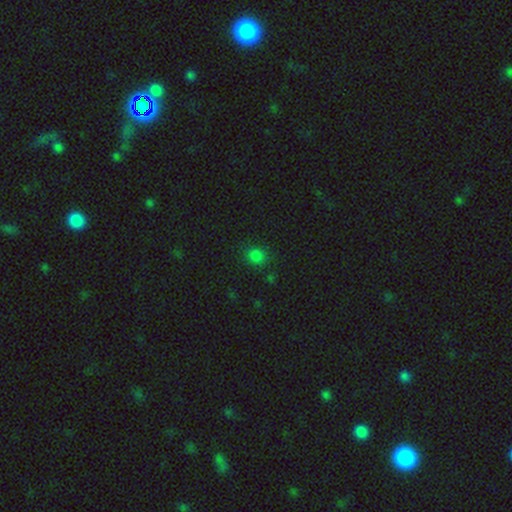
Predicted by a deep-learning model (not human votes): smooth 78%, star or artifact 19%, featured or disk 4%. Down the decision tree: how rounded — round (70%); merging — none (83%).